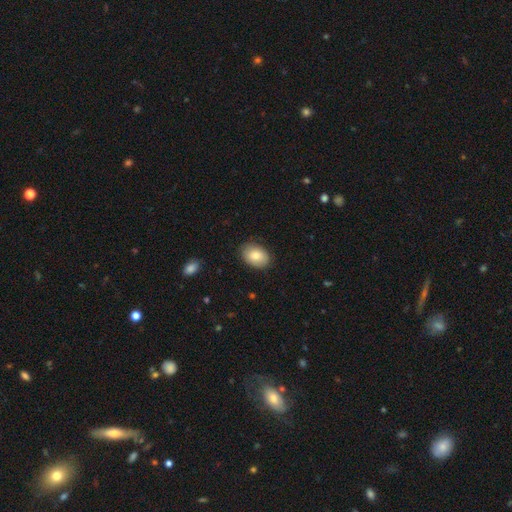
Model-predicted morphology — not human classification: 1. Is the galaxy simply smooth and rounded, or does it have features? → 81% smooth, 13% featured or disk, 7% star or artifact.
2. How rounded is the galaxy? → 82% in between, 17% round, 1% cigar-shaped.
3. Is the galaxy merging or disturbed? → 85% none, 12% minor disturbance, 2% major disturbance, 1% merger.